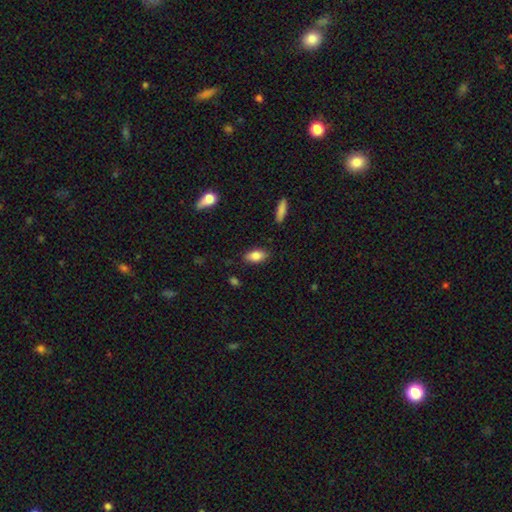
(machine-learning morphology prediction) This appears to be a smooth galaxy with no disk features (84%) that is in between round and cigar-shaped (88%). Merging: none (85%).